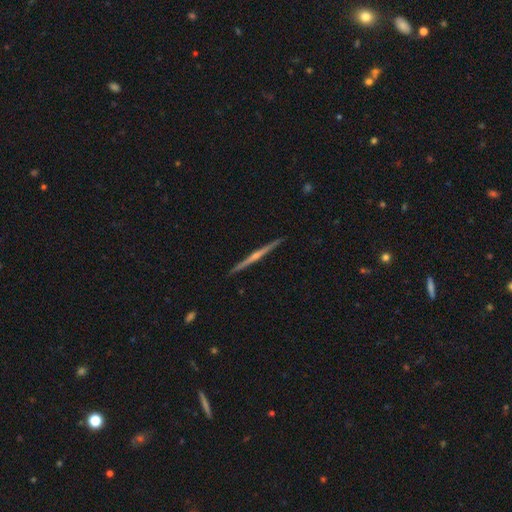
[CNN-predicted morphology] featured or disk 81%, smooth 14%, star or artifact 5%. Down the decision tree: edge-on disk — yes (99%); edge-on bulge — rounded (79%); merging — none (93%).